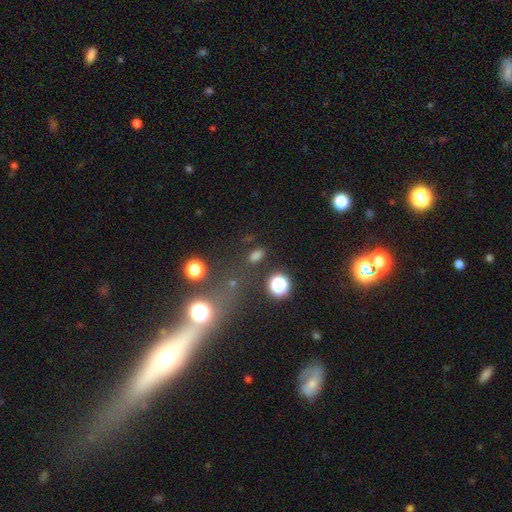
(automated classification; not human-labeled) smooth_or_featured: smooth (p=0.70) [alt: star or artifact p=0.24]
how_rounded: in between (p=0.73) [alt: round p=0.23]
merging: none (p=0.76) [alt: minor disturbance p=0.12]